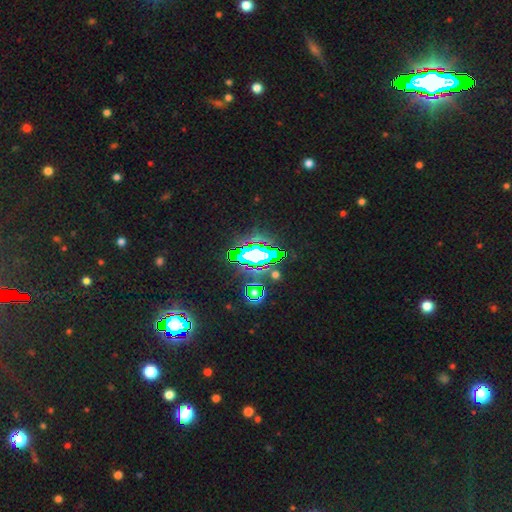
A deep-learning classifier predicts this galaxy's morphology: Smooth or featured: star or artifact — 68% (smooth — 17%)